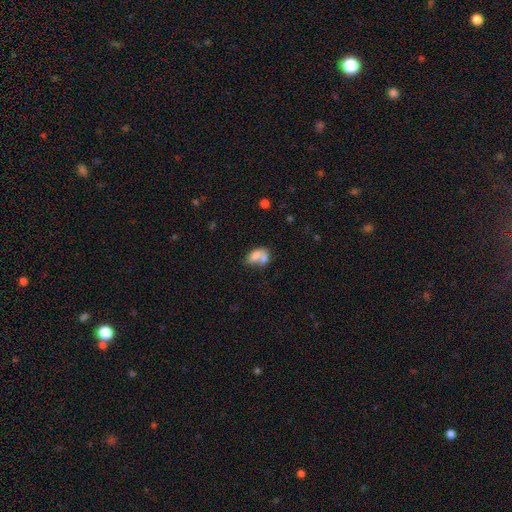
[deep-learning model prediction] Morphology: type=smooth (71%); roundness=in between (82%); merging=merger (64%).